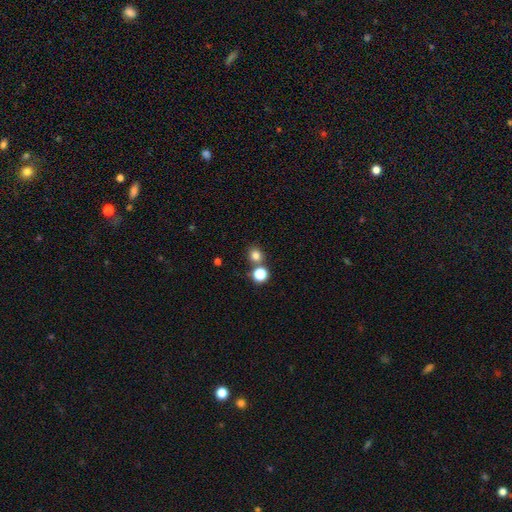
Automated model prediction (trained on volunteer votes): This is likely a smooth galaxy (79%). How rounded: clearly round (87%). Merging: likely none (69%).